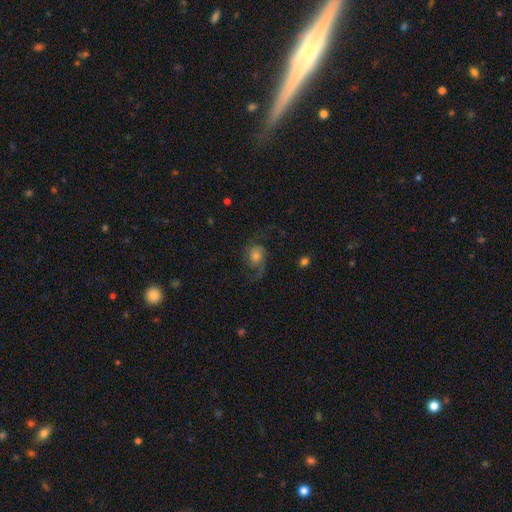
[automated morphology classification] Smooth or featured: featured or disk — 69% (smooth — 20%)
Edge-on disk: no — 97% (yes — 3%)
Bar: no — 70% (weak — 26%)
Spiral arms: yes — 94% (no — 6%)
Spiral winding: loose — 52% (medium — 38%)
Spiral arm count: 2 — 85% (1 — 6%)
Bulge size: moderate — 48% (small — 23%)
Merging: none — 65% (minor disturbance — 17%)